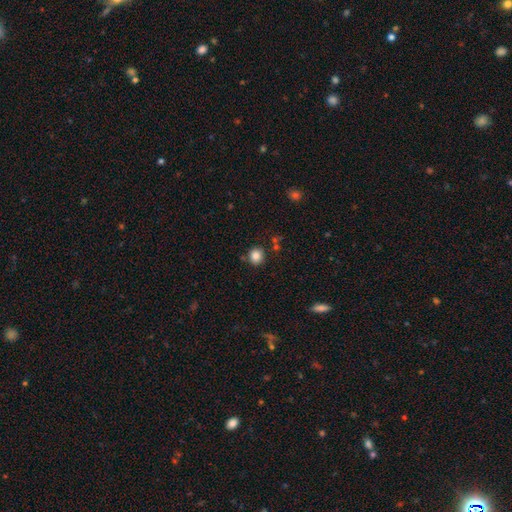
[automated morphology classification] smooth-or-featured: smooth: 83% | star or artifact: 11% | featured or disk: 6%
  how-rounded: round: 85% | in between: 14% | cigar-shaped: 1%
  merging: none: 83% | minor disturbance: 9% | merger: 5% | major disturbance: 3%